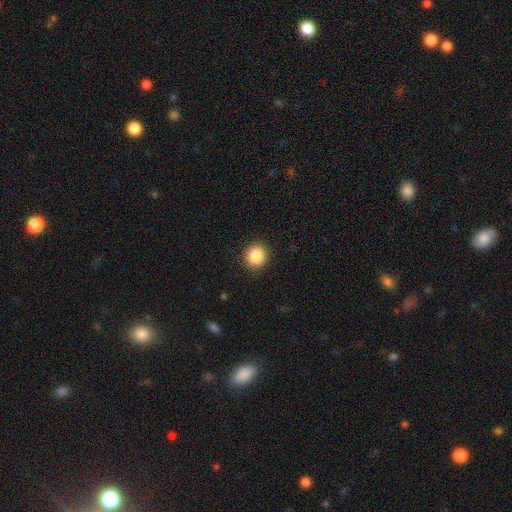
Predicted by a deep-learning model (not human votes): The model was most divided on "how rounded": round: 88%, in between: 11%, cigar-shaped: 1%. More confident: merging — none (91%); smooth or featured — smooth (88%).